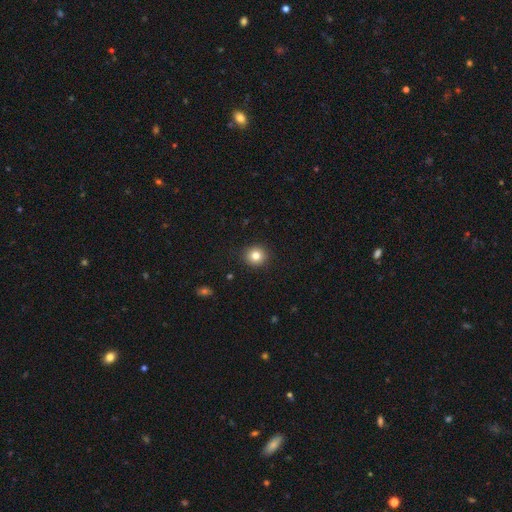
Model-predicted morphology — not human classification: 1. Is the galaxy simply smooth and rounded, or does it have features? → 82% smooth, 11% star or artifact, 7% featured or disk.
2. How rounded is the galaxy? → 91% round, 8% in between, 1% cigar-shaped.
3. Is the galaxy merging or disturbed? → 91% none, 6% minor disturbance, 2% major disturbance, 1% merger.